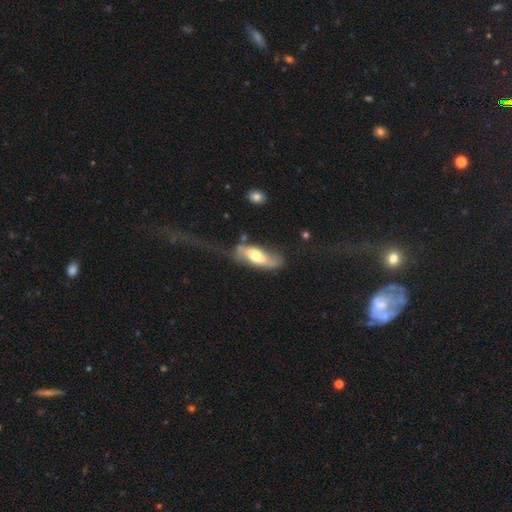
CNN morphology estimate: This is possibly a smooth galaxy (52%). How rounded: likely in between (72%). Merging: marginally major disturbance (40%).